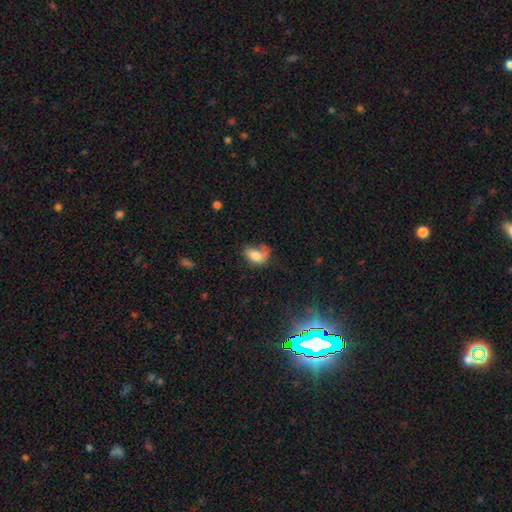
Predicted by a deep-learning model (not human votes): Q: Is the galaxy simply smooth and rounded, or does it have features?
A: smooth — 72%.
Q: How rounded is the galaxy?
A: in between — 85%.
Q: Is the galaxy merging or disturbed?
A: major disturbance — 31%, tied with none.